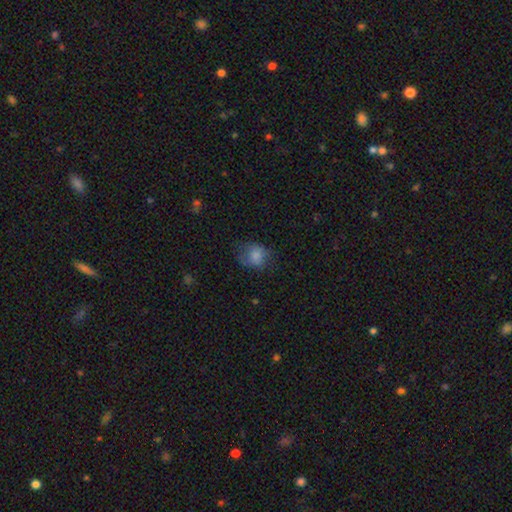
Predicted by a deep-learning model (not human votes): Q: Smooth or featured?
A: smooth (77%); runner-up: featured or disk (12%)
Q: How rounded?
A: round (60%); runner-up: in between (39%)
Q: Merging?
A: none (54%); runner-up: minor disturbance (27%)